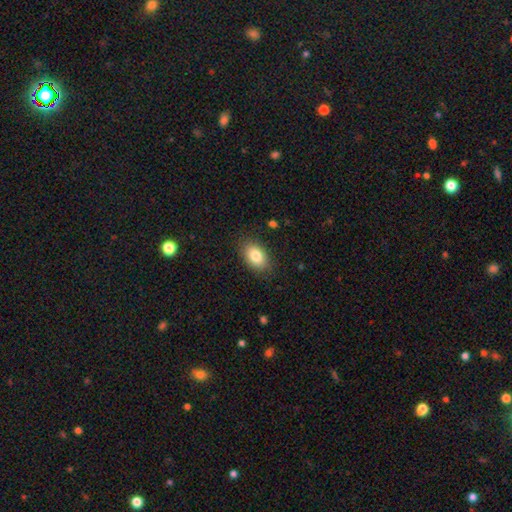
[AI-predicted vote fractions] Morphology: type=smooth (83%); roundness=in between (87%); merging=none (85%).